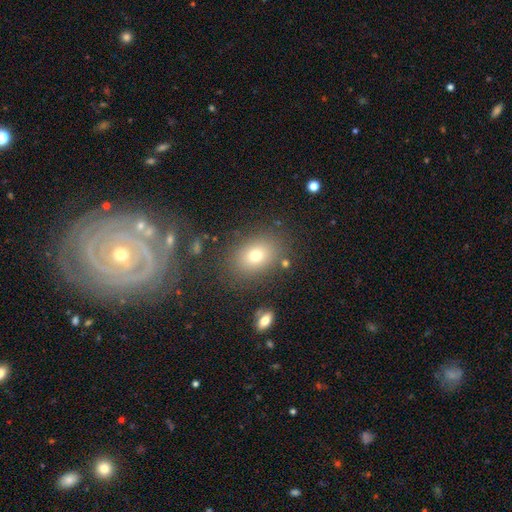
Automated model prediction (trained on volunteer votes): Smooth or featured? smooth (73%)
How rounded? in between (64%)
Merging? none (81%)